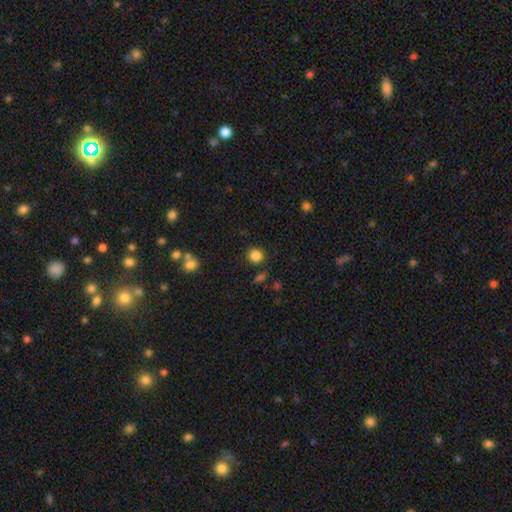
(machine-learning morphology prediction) Overall: smooth (84%). How rounded: round (87%). Merging: none (86%).